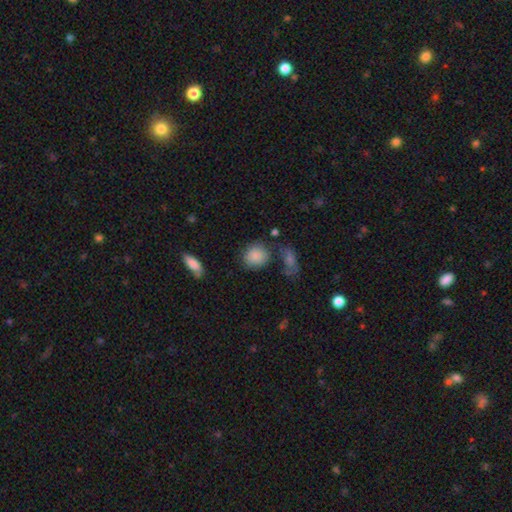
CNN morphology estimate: A smooth galaxy with no disk features (86%) that is round (69%).

Vote fractions:
- Smooth or featured? smooth: 86% / star or artifact: 8% / featured or disk: 6%
- How rounded? round: 69% / in between: 29% / cigar-shaped: 2%
- Merging? none: 65% / minor disturbance: 17% / merger: 11% / major disturbance: 7%